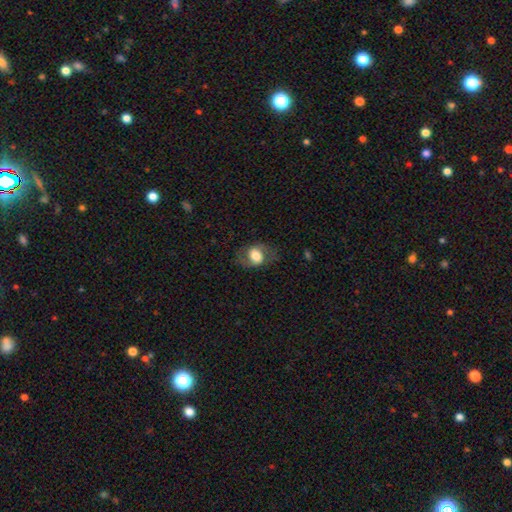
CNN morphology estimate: A smooth galaxy with no disk features (52%) that is in between round and cigar-shaped (63%).

Vote fractions:
- Smooth or featured? smooth: 52% / featured or disk: 40% / star or artifact: 8%
- How rounded? in between: 63% / round: 35% / cigar-shaped: 2%
- Merging? none: 70% / minor disturbance: 17% / major disturbance: 11% / merger: 1%